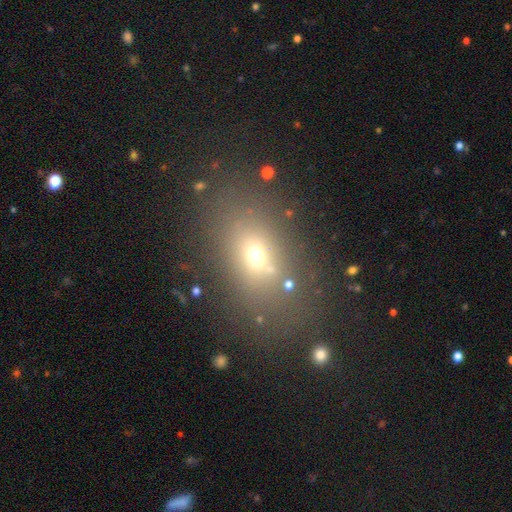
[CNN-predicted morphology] This is likely a smooth galaxy (61%). How rounded: likely in between (70%). Merging: likely none (74%).